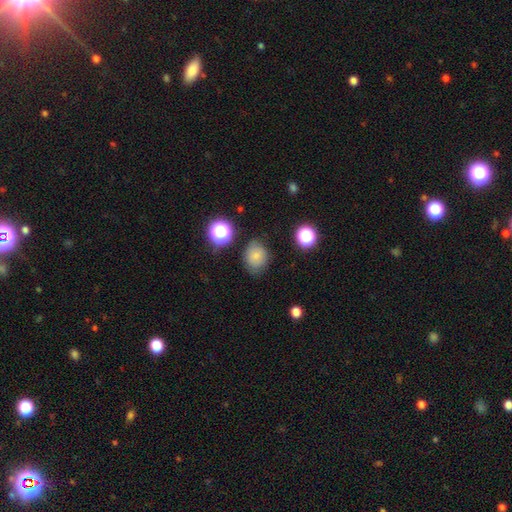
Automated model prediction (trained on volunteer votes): smooth 75%, star or artifact 14%, featured or disk 11%. Down the decision tree: how rounded — round (51%); merging — none (72%).